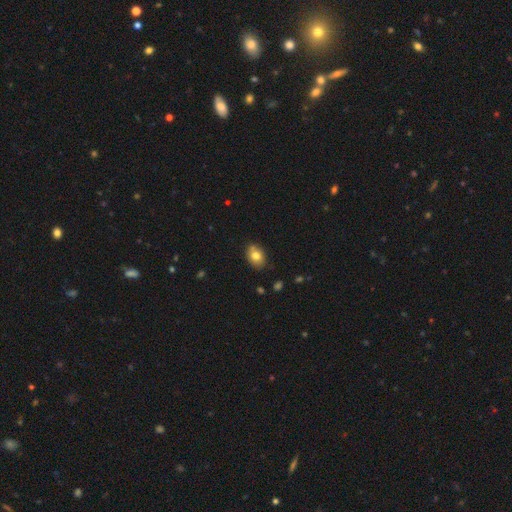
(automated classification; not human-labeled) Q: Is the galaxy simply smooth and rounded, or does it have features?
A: smooth — 79%.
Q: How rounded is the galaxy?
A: in between — 75%.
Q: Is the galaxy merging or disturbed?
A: none — 80%.